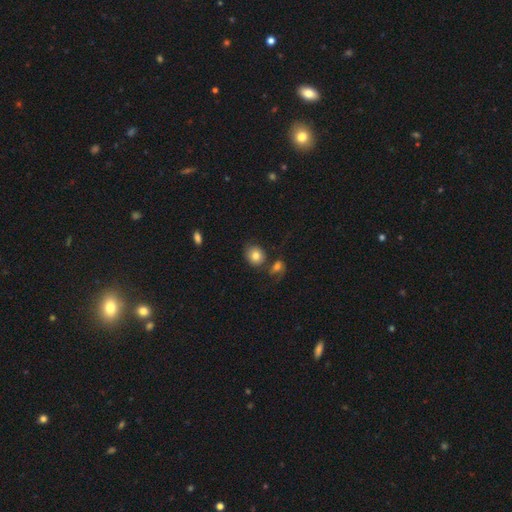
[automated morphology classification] Smooth or featured? smooth (80%)
How rounded? round (67%)
Merging? none (61%)